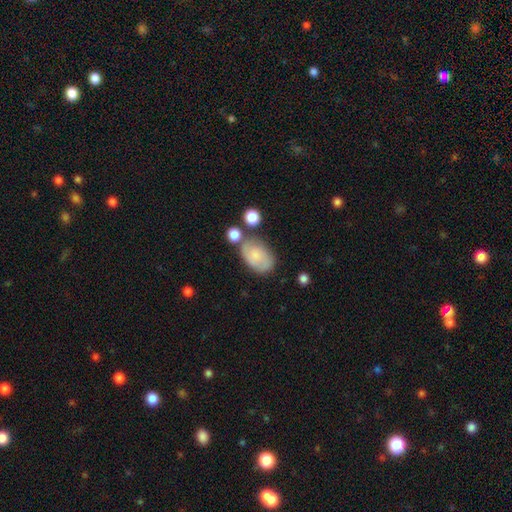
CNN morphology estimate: Smooth or featured?
  - smooth: 64% *
  - featured or disk: 28%
  - star or artifact: 8%
How rounded?
  - in between: 86% *
  - round: 12%
  - cigar-shaped: 1%
Merging?
  - none: 54% *
  - minor disturbance: 23%
  - merger: 14%
  - major disturbance: 8%